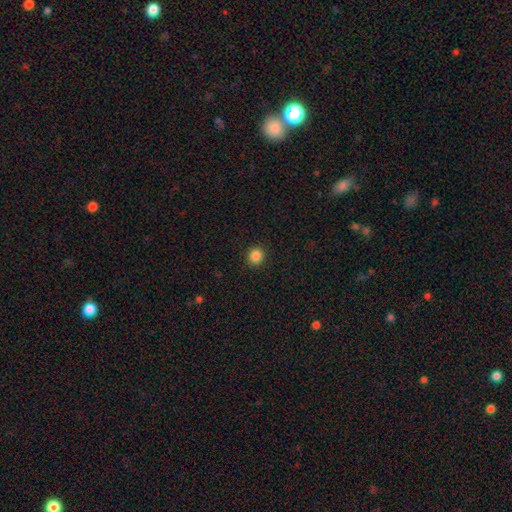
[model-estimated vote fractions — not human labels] smooth 86%, star or artifact 11%, featured or disk 3%. Down the decision tree: how rounded — round (88%); merging — none (92%).